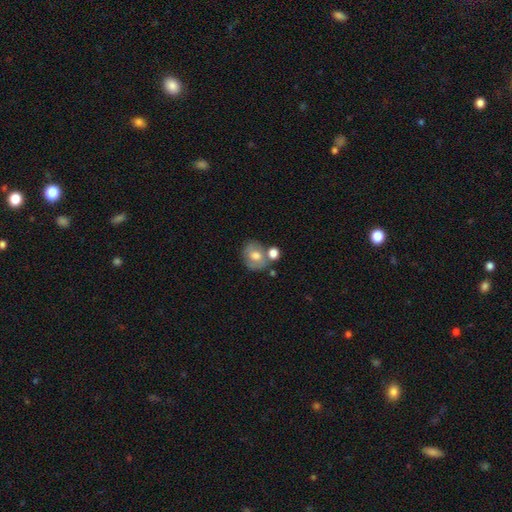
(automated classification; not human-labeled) smooth-or-featured: smooth: 59% | featured or disk: 32% | star or artifact: 9%
  how-rounded: round: 55% | in between: 44% | cigar-shaped: 1%
  merging: none: 51% | merger: 25% | minor disturbance: 17% | major disturbance: 7%